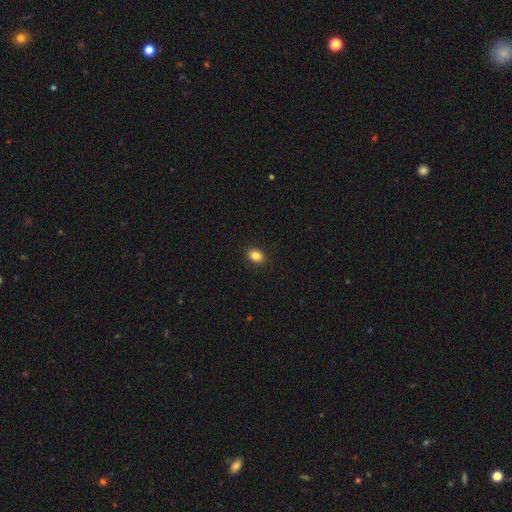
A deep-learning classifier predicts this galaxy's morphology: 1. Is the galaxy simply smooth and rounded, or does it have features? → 86% smooth, 9% star or artifact, 5% featured or disk.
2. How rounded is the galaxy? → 73% in between, 26% round, 1% cigar-shaped.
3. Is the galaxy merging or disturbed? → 90% none, 7% minor disturbance, 2% major disturbance, 1% merger.